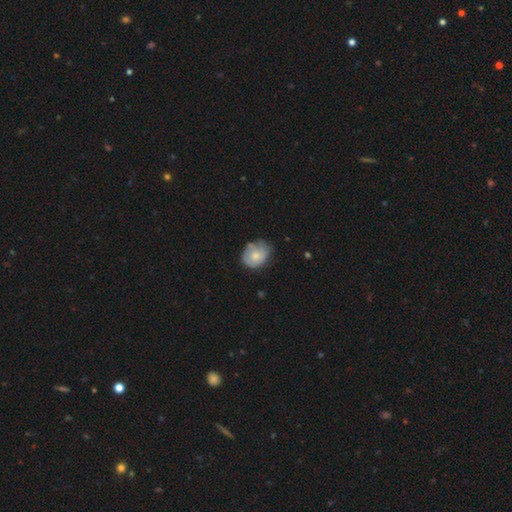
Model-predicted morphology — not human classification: Smooth or featured? smooth (60%)
How rounded? round (51%)
Merging? none (56%)